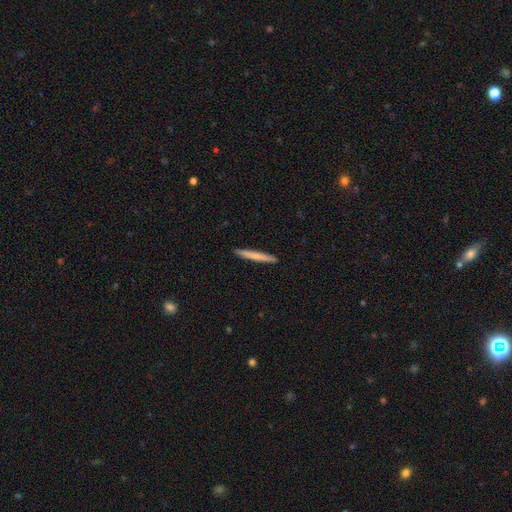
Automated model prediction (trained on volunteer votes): The model was most divided on "smooth or featured": smooth: 69%, featured or disk: 25%, star or artifact: 5%. More confident: how rounded — cigar-shaped (97%); merging — none (92%).